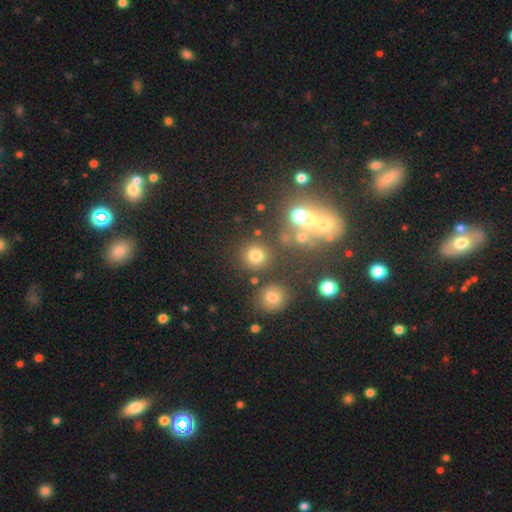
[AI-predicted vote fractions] smooth_or_featured: smooth (p=0.75) [alt: star or artifact p=0.17]
how_rounded: round (p=0.92) [alt: in between p=0.07]
merging: none (p=0.82) [alt: minor disturbance p=0.07]